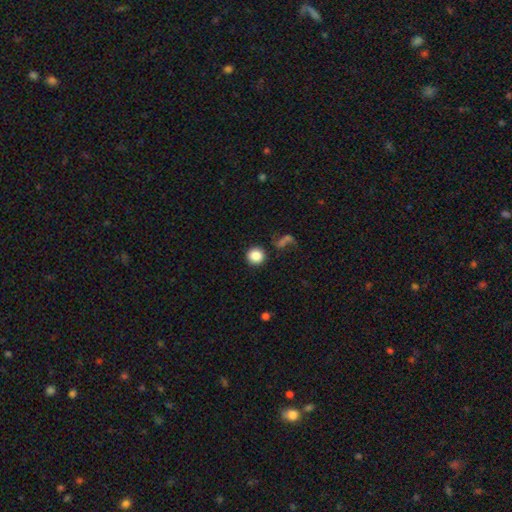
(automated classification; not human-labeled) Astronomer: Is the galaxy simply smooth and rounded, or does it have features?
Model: smooth — 85%.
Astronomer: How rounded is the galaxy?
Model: round — 93%.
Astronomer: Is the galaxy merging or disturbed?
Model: none — 86%.